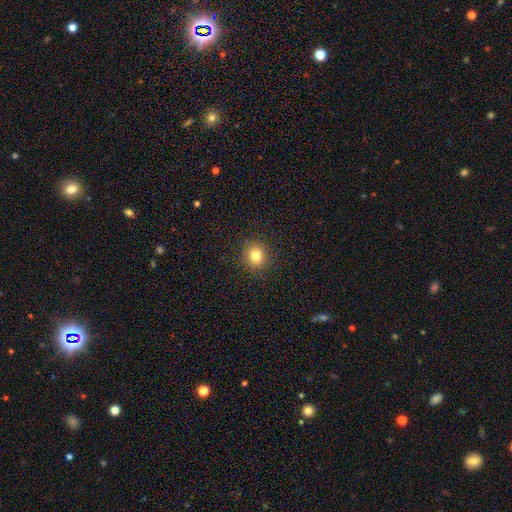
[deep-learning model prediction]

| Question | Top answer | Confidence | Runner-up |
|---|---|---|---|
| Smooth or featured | smooth | 82% | star or artifact (12%) |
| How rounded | round | 82% | in between (17%) |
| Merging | none | 91% | minor disturbance (6%) |